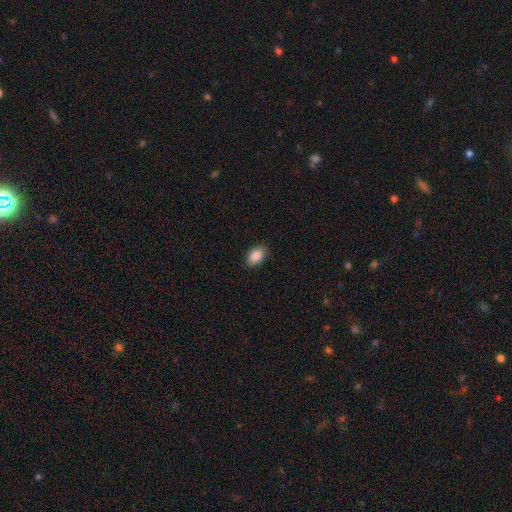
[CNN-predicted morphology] The model was most divided on "how rounded": in between: 88%, round: 11%, cigar-shaped: 1%. More confident: merging — none (89%); smooth or featured — smooth (89%).